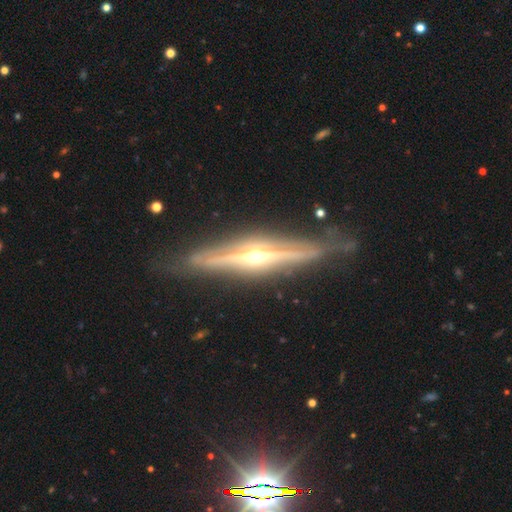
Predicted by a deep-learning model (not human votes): Q: Smooth or featured?
A: featured or disk (87%); runner-up: smooth (8%)
Q: Edge-on disk?
A: yes (95%); runner-up: no (5%)
Q: Edge-on bulge?
A: rounded (92%); runner-up: none (5%)
Q: Merging?
A: none (79%); runner-up: minor disturbance (14%)